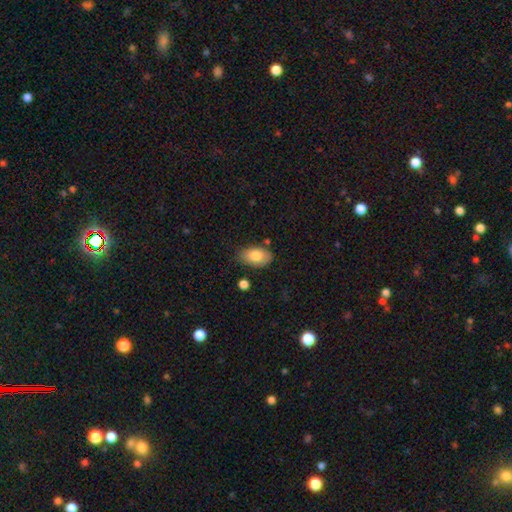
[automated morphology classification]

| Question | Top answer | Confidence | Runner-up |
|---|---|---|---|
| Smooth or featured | smooth | 80% | featured or disk (13%) |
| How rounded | in between | 92% | round (7%) |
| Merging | none | 72% | minor disturbance (21%) |